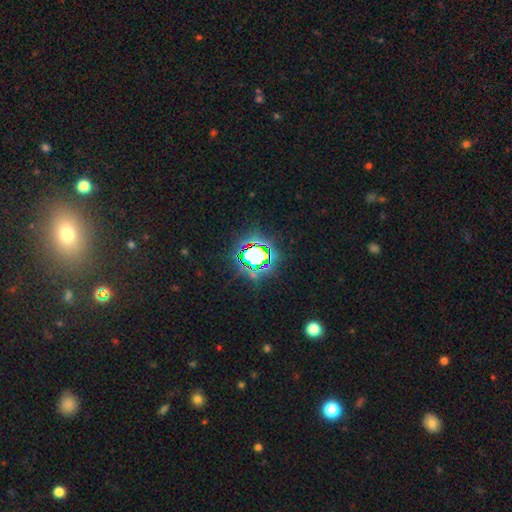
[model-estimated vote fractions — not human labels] star or artifact 69%, smooth 18%, featured or disk 12%.